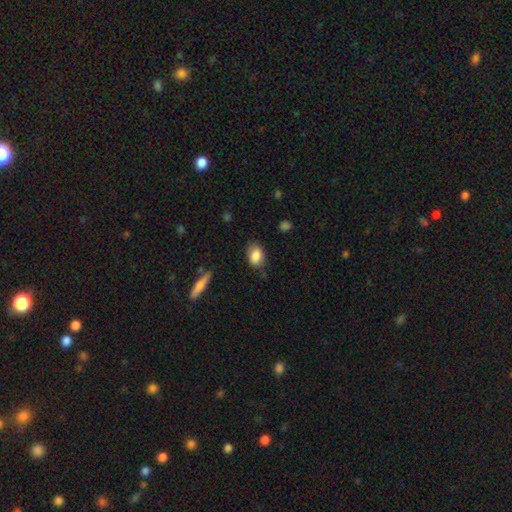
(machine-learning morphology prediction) Smooth or featured: smooth — 85% (featured or disk — 8%)
How rounded: in between — 82% (round — 16%)
Merging: none — 75% (minor disturbance — 19%)